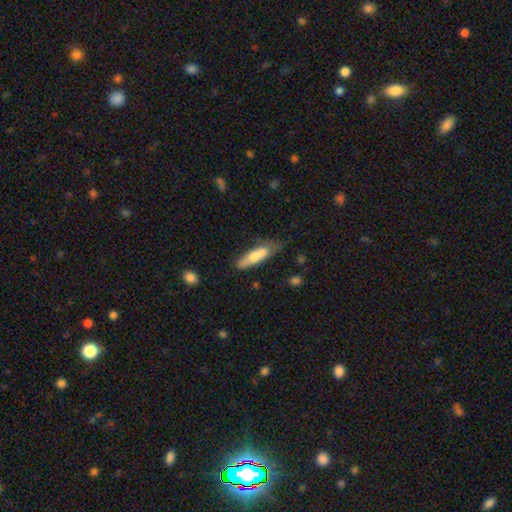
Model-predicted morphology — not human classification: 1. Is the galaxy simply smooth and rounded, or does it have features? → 63% smooth, 31% featured or disk, 6% star or artifact.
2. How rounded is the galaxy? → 65% cigar-shaped, 34% in between, 2% round.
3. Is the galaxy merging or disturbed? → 51% none, 29% minor disturbance, 11% major disturbance, 9% merger.